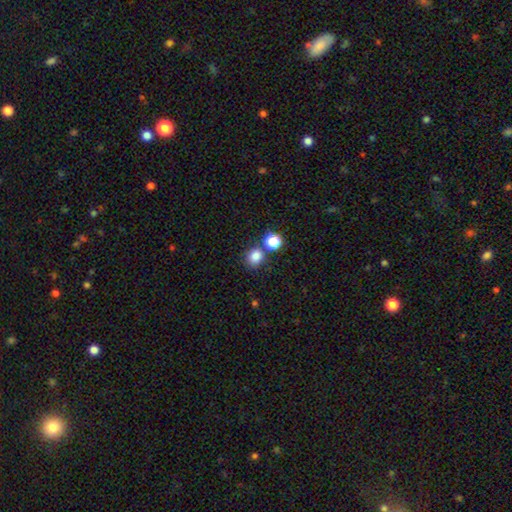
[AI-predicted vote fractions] Overall: smooth (81%). How rounded: round (77%). Merging: none (71%).